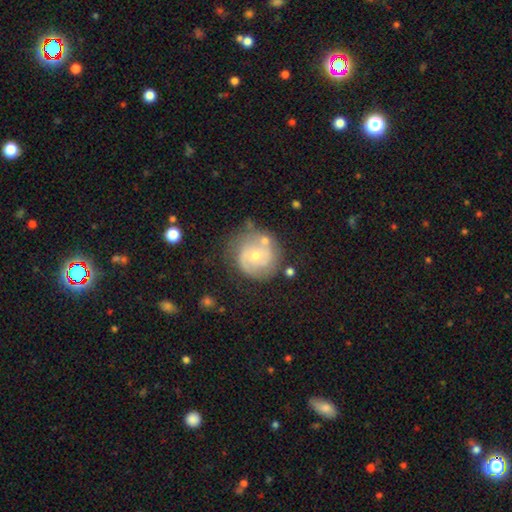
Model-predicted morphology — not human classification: A featured or disk galaxy (64%) with no bar (66%), spiral arms (77%) and a moderate central bulge (53%). Merging: none (64%).